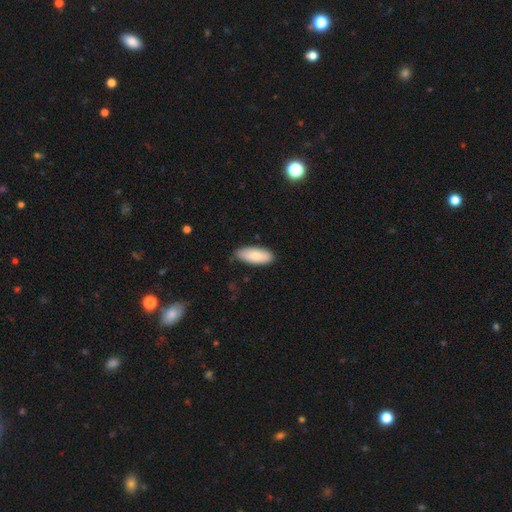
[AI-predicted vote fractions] This appears to be a smooth galaxy with no disk features (84%) that is in between round and cigar-shaped (85%). Merging: none (77%).